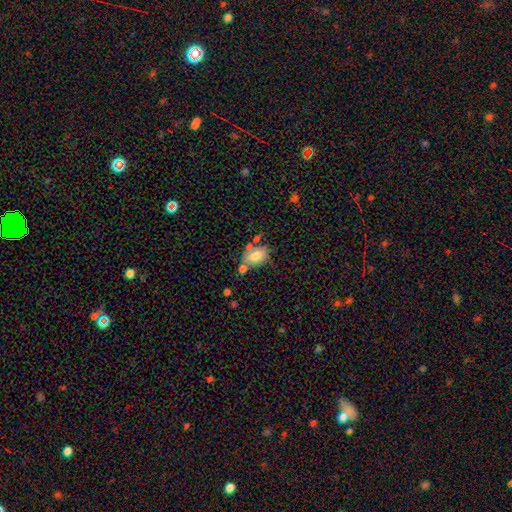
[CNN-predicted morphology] smooth 71%, featured or disk 21%, star or artifact 8%. Down the decision tree: how rounded — in between (88%); merging — none (47%).